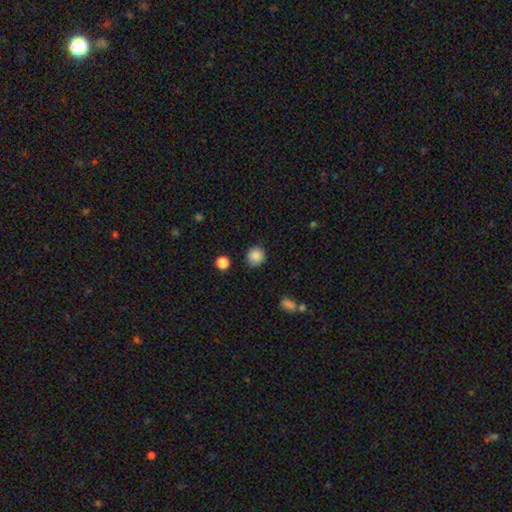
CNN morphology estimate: Smooth or featured? smooth (87%)
How rounded? round (91%)
Merging? none (86%)